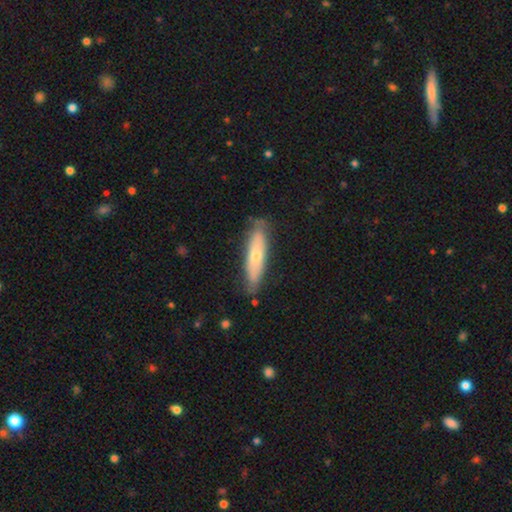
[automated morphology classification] A smooth galaxy with no disk features (55%) that is cigar-shaped (73%). Merging: none (77%).